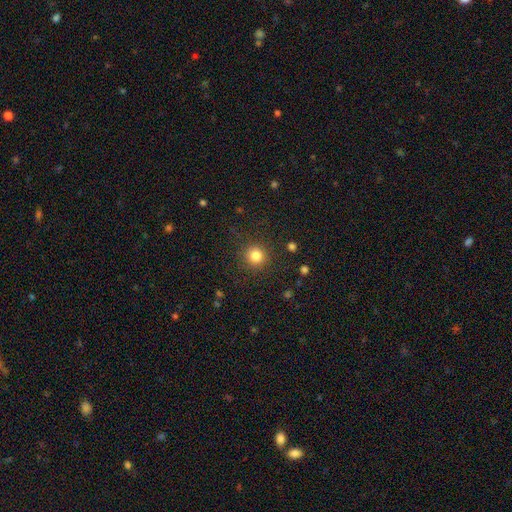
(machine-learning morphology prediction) A smooth galaxy with no disk features (82%) that is round (94%). Merging: none (89%).